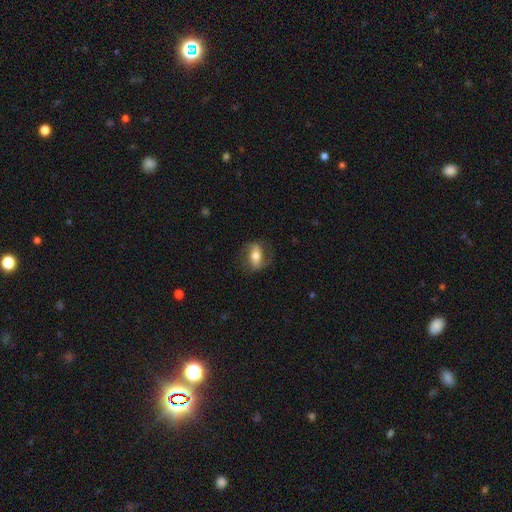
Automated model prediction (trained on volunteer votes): Q: Smooth or featured?
A: featured or disk (60%); runner-up: smooth (34%)
Q: Edge-on disk?
A: no (88%); runner-up: yes (12%)
Q: Bar?
A: strong (51%); runner-up: weak (26%)
Q: Spiral arms?
A: yes (78%); runner-up: no (22%)
Q: Bulge size?
A: moderate (65%); runner-up: small (16%)
Q: Merging?
A: none (72%); runner-up: minor disturbance (17%)